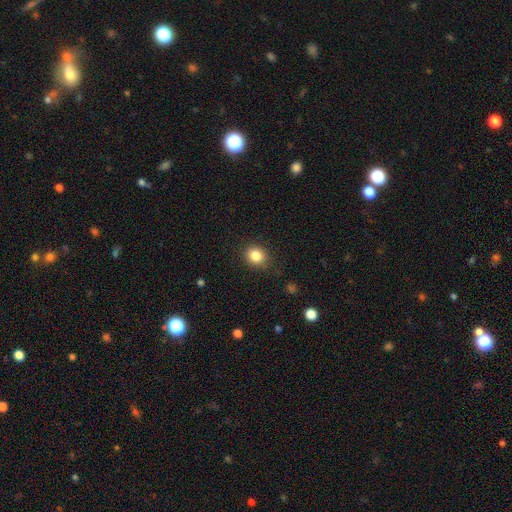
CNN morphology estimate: A smooth galaxy with no disk features (85%) that is round (71%). Merging: none (85%).